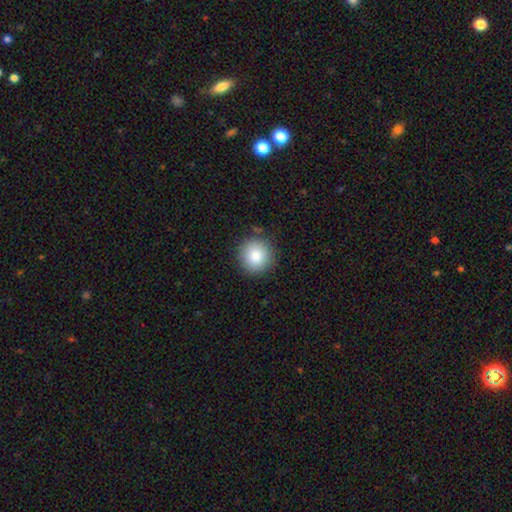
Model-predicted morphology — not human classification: smooth 84%, star or artifact 9%, featured or disk 7%. Down the decision tree: how rounded — round (95%); merging — none (88%).